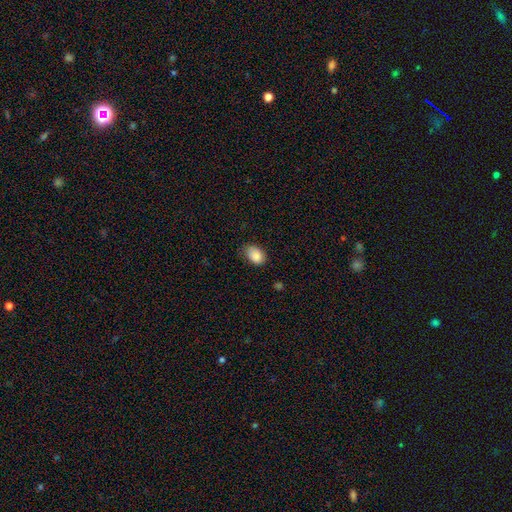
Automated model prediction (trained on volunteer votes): Smooth or featured? smooth (87%)
How rounded? in between (83%)
Merging? none (69%)